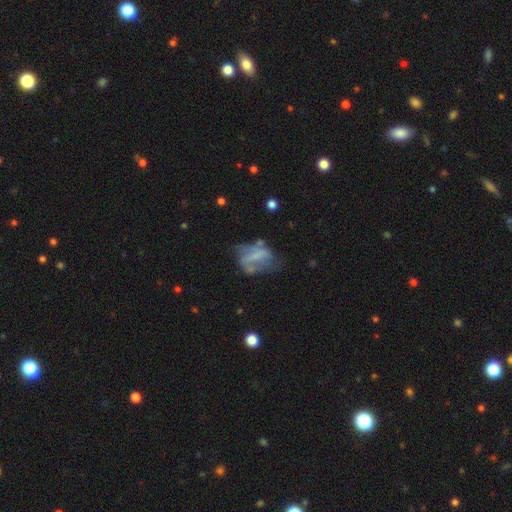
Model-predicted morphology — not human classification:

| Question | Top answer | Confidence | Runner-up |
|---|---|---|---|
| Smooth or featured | featured or disk | 56% | smooth (34%) |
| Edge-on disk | no | 95% | yes (5%) |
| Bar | strong | 35% | weak (33%) |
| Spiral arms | no | 55% | yes (45%) |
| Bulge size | none | 52% | small (30%) |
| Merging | none | 35% | major disturbance (30%) |